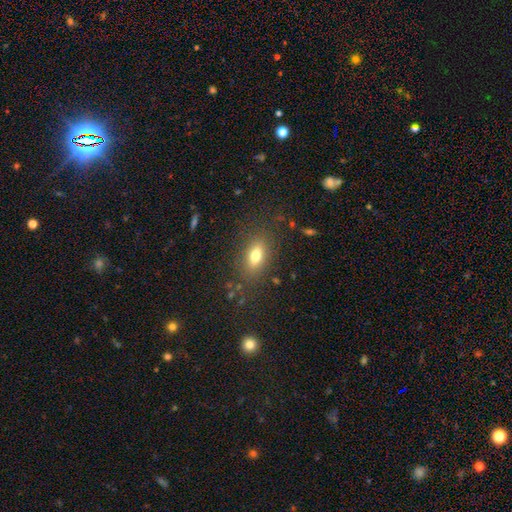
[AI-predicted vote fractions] Morphology: type=smooth (77%); roundness=in between (83%); merging=none (82%).